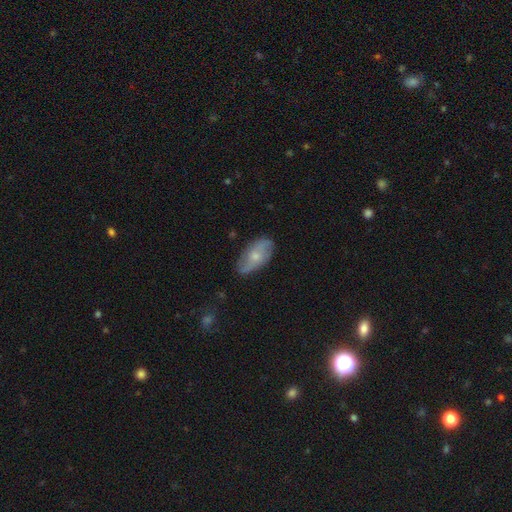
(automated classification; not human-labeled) This appears to be a featured or disk galaxy (49%). Merging: none (72%).